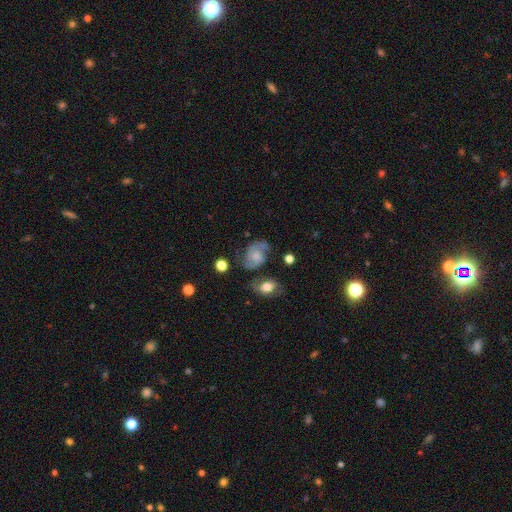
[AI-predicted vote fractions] Morphology: type=featured or disk (71%); edge-on=no (97%); bar=no (67%); spiral arms=yes (92%); winding=medium (51%); arm count=2 (87%); bulge=small (33%, tied with none); merging=none (62%).